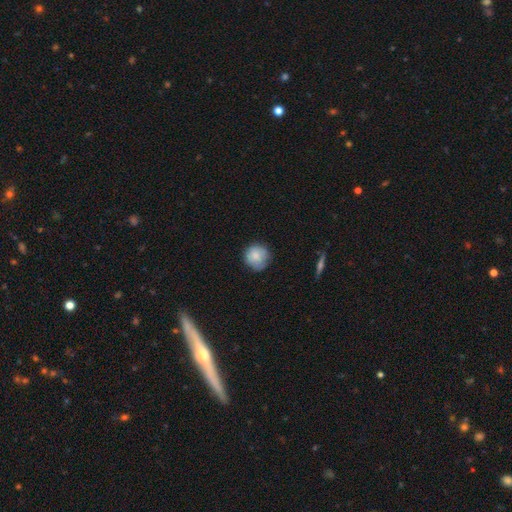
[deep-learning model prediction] Overall: smooth (84%). How rounded: round (93%). Merging: none (77%).